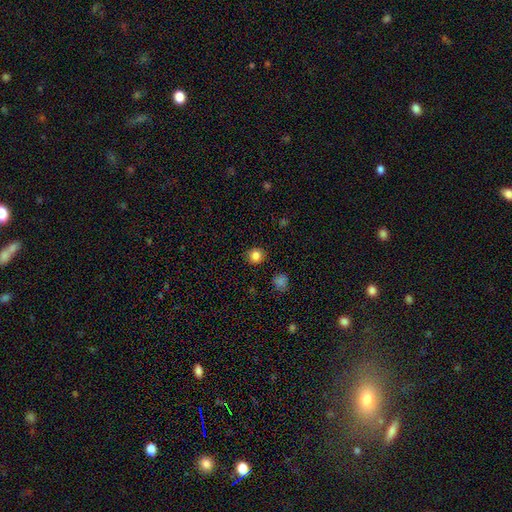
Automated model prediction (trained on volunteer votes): A smooth galaxy with no disk features (84%) that is round (90%). Merging: none (91%).